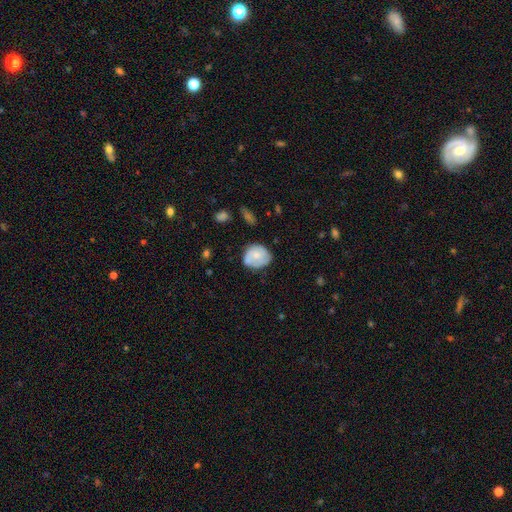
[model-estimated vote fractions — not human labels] smooth_or_featured: smooth (p=0.60) [alt: featured or disk p=0.33]
how_rounded: round (p=0.60) [alt: in between p=0.39]
merging: none (p=0.57) [alt: minor disturbance p=0.32]